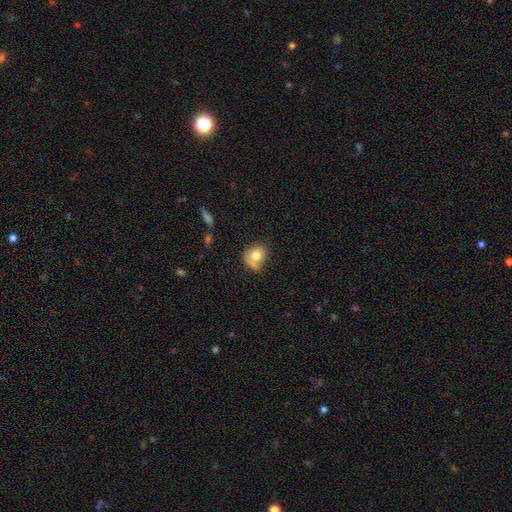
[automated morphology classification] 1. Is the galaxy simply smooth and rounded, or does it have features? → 77% smooth, 14% featured or disk, 9% star or artifact.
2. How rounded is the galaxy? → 72% round, 27% in between, 1% cigar-shaped.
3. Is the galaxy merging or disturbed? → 47% none, 30% minor disturbance, 13% major disturbance, 10% merger.